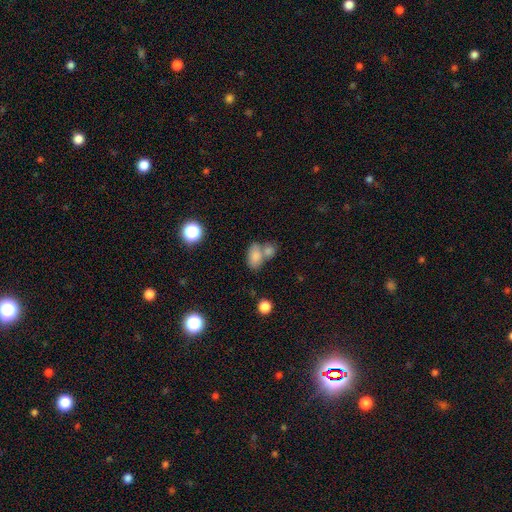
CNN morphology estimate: Smooth or featured? Predicted: smooth (p=0.80). How rounded? Predicted: in between (p=0.85). Merging? Predicted: merger (p=0.52).